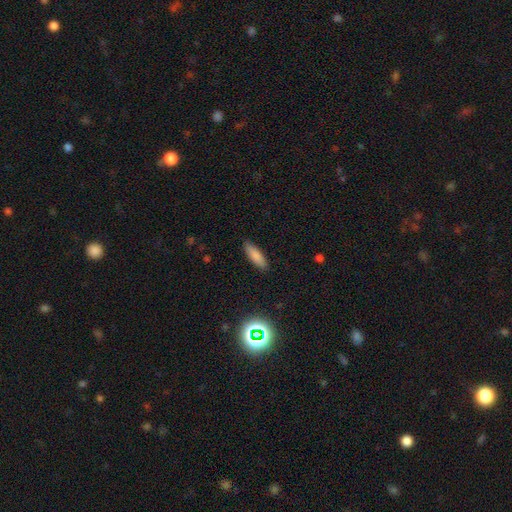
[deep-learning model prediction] Morphology: type=smooth (83%); roundness=in between (51%); merging=none (88%).